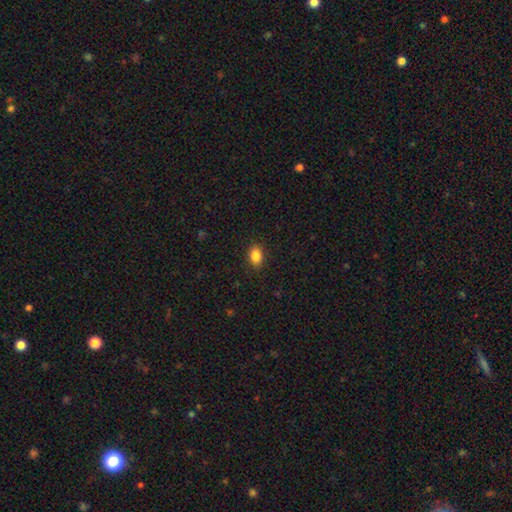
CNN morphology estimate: Overall: smooth (86%). How rounded: in between (80%). Merging: none (88%).